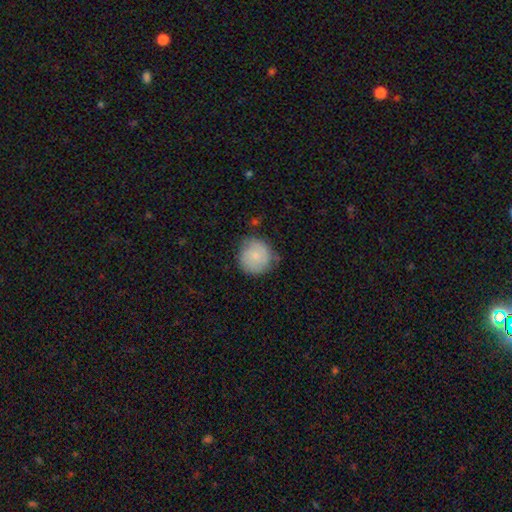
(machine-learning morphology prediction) smooth 75%, featured or disk 18%, star or artifact 7%. Down the decision tree: how rounded — round (92%); merging — none (69%).